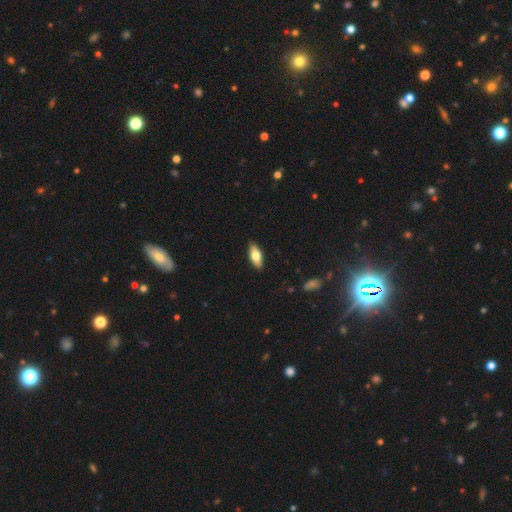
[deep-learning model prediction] smooth 70%, featured or disk 24%, star or artifact 6%. Down the decision tree: how rounded — in between (82%); merging — none (88%).